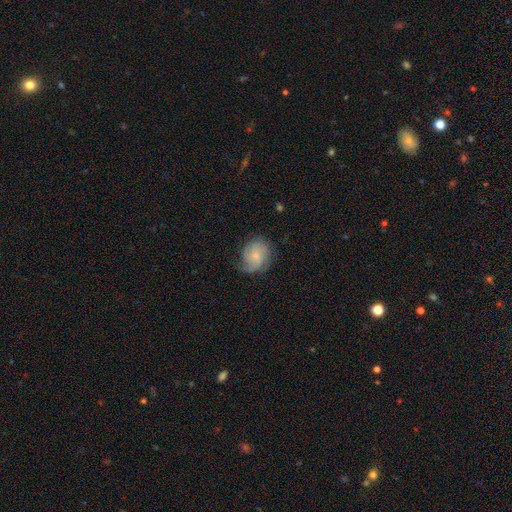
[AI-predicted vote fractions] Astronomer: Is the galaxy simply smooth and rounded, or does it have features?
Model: featured or disk — 54% (runner-up: smooth, 38%).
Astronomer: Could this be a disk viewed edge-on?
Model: no — 98%.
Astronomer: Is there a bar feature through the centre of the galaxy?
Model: no — 78%.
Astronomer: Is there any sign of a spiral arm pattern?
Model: yes — 90%.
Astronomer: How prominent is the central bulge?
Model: small — 70%.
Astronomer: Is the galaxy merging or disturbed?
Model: none — 61%.